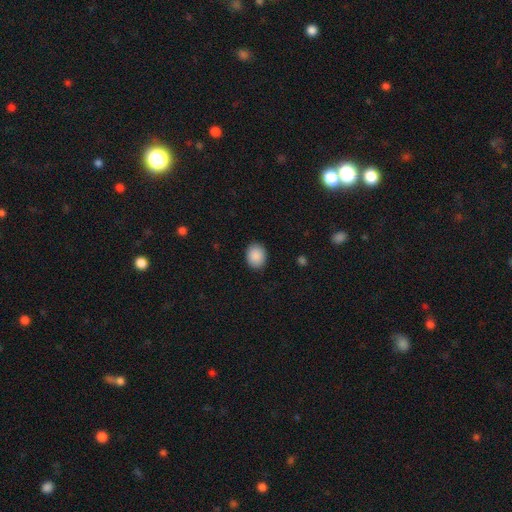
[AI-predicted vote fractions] A smooth galaxy with no disk features (90%) that is in between round and cigar-shaped (50%, tied with round). Merging: none (88%).